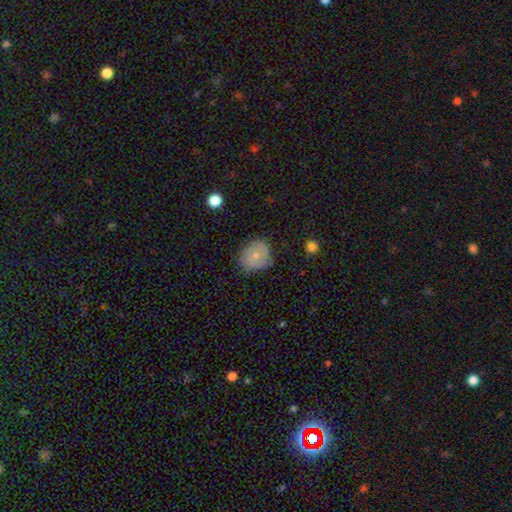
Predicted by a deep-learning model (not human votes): Overall: smooth (64%; featured or disk 28%). How rounded: round (64%; in between 35%). Merging: none (70%).